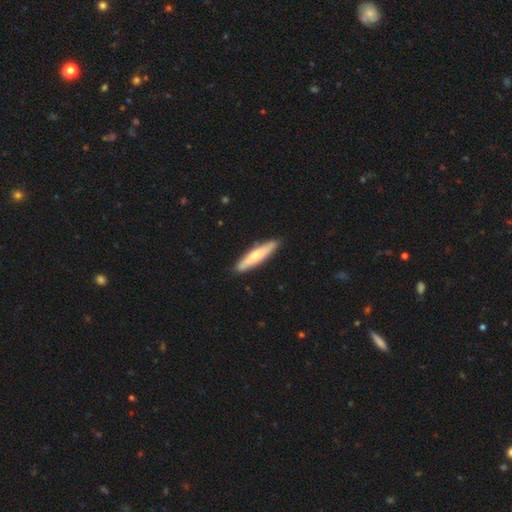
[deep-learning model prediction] Smooth or featured: smooth — 61% (featured or disk — 34%)
How rounded: cigar-shaped — 85% (in between — 14%)
Merging: none — 88% (minor disturbance — 9%)